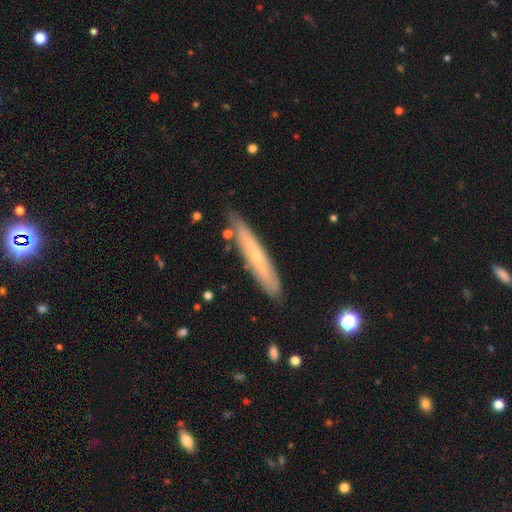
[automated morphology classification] This is possibly a featured or disk galaxy (50%). Merging: clearly none (84%).